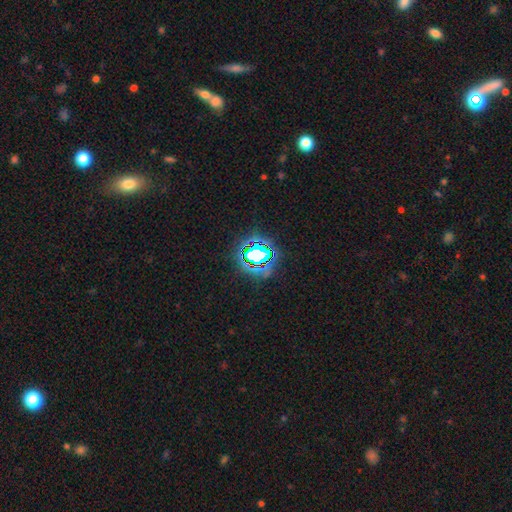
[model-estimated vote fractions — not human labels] Morphology: type=star or artifact (67%).